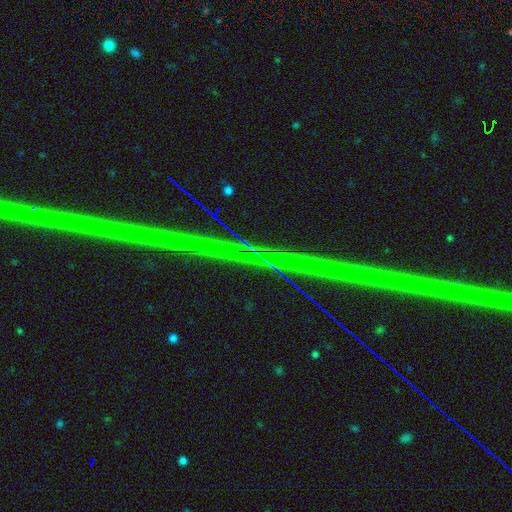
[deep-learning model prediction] Q: Smooth or featured?
A: star or artifact (87%); runner-up: featured or disk (9%)